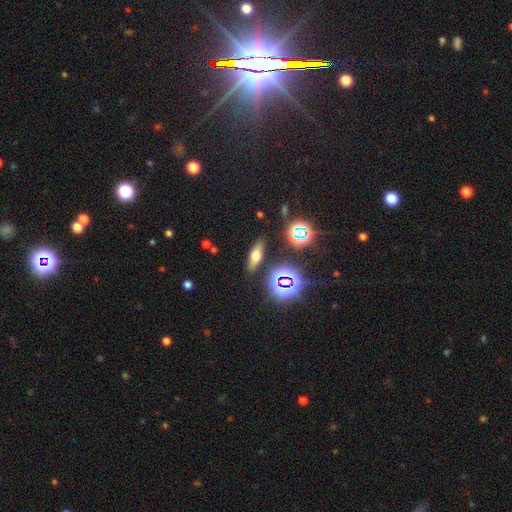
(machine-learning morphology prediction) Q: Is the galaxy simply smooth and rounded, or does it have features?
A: smooth — 50%.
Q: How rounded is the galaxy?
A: in between — 48%.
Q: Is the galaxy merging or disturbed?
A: none — 85%.